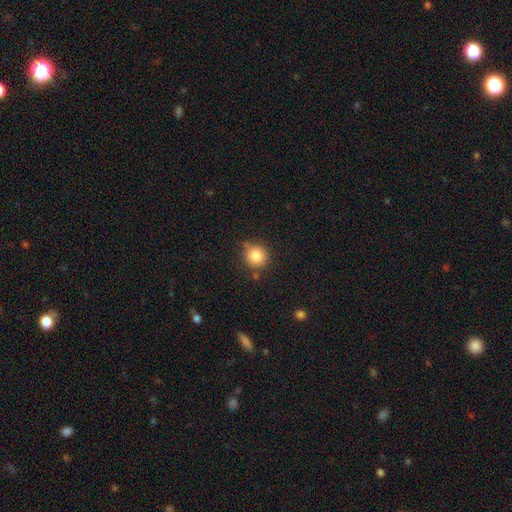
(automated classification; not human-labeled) smooth_or_featured: smooth (p=0.84) [alt: star or artifact p=0.10]
how_rounded: round (p=0.91) [alt: in between p=0.08]
merging: none (p=0.74) [alt: minor disturbance p=0.17]